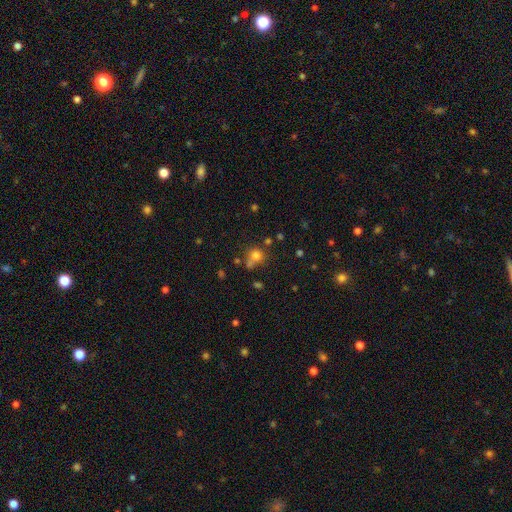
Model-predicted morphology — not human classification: This appears to be a smooth galaxy with no disk features (74%) that is round (84%). Merging: none (56%).